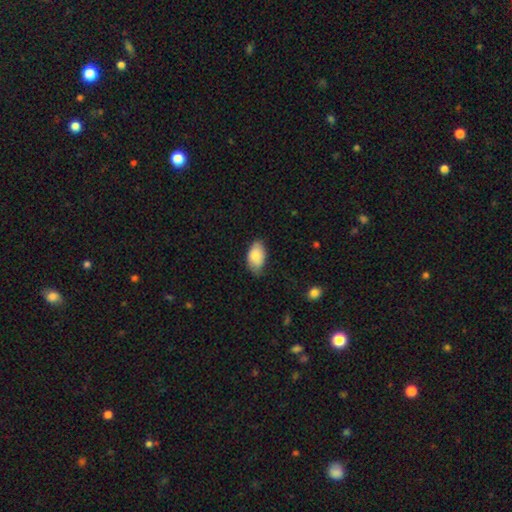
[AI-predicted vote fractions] The model was most divided on "merging": none: 65%, minor disturbance: 29%, major disturbance: 5%, merger: 1%. More confident: how rounded — in between (93%); smooth or featured — smooth (80%).